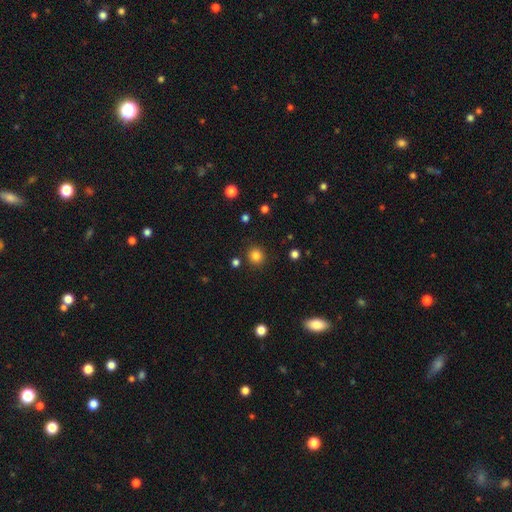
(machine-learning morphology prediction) Smooth or featured?
  - smooth: 83% *
  - star or artifact: 13%
  - featured or disk: 4%
How rounded?
  - round: 90% *
  - in between: 9%
  - cigar-shaped: 1%
Merging?
  - none: 89% *
  - minor disturbance: 6%
  - major disturbance: 2%
  - merger: 2%